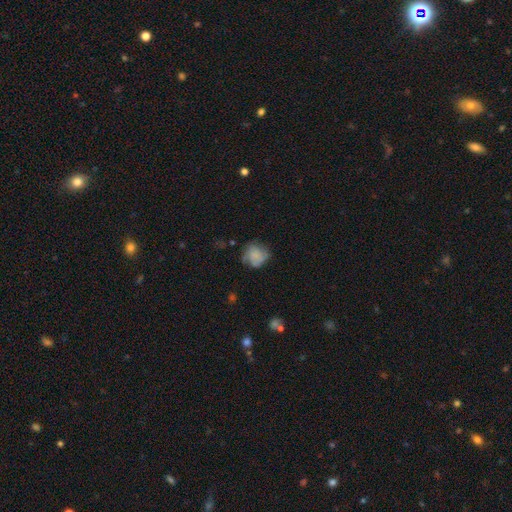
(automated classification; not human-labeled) This appears to be a smooth galaxy with no disk features (64%) that is round (76%). Merging: none (56%).